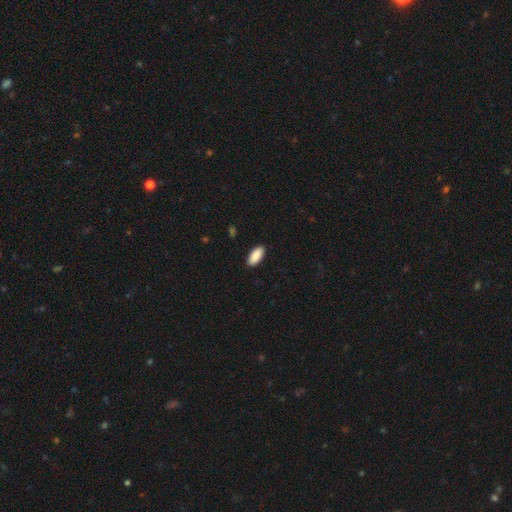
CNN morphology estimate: smooth_or_featured: smooth (p=0.91) [alt: star or artifact p=0.06]
how_rounded: in between (p=0.87) [alt: cigar-shaped p=0.11]
merging: none (p=0.90) [alt: minor disturbance p=0.08]